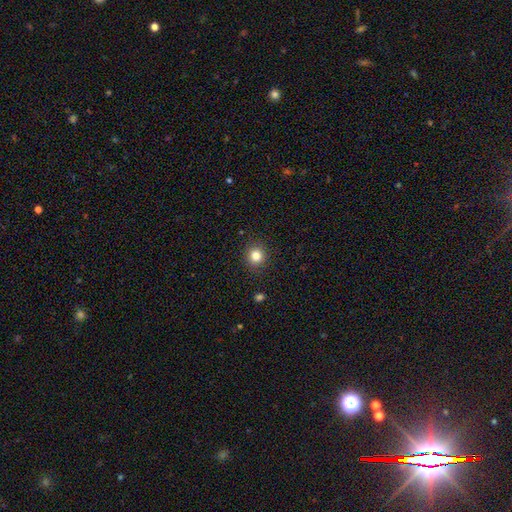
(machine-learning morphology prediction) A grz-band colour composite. It shows a smooth galaxy with no disk features (82%) that is round (87%). Merging: none (90%).